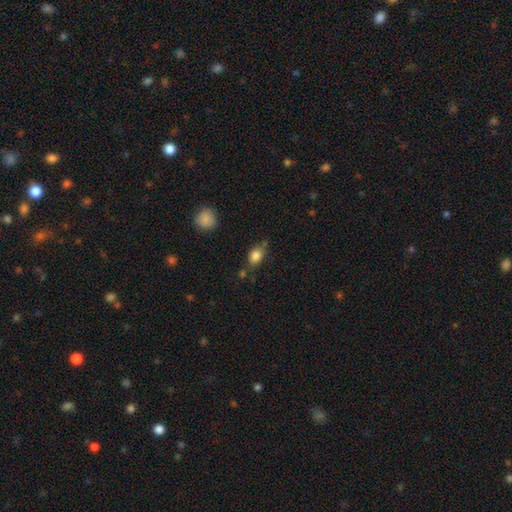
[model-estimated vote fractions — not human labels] smooth_or_featured: smooth (p=0.84) [alt: star or artifact p=0.09]
how_rounded: in between (p=0.73) [alt: round p=0.25]
merging: none (p=0.62) [alt: minor disturbance p=0.23]